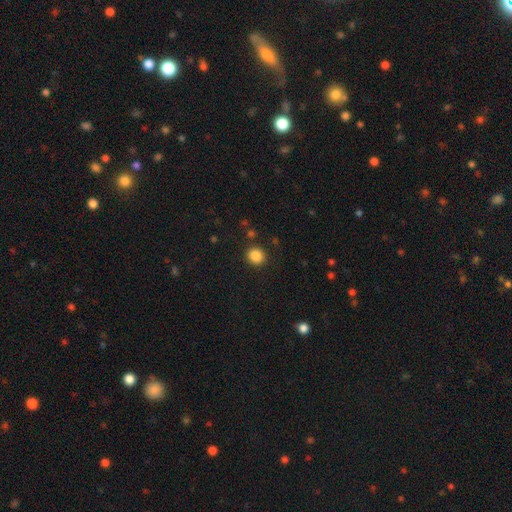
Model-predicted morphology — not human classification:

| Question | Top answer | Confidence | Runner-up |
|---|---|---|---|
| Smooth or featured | smooth | 86% | star or artifact (11%) |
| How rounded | round | 90% | in between (9%) |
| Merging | none | 90% | minor disturbance (6%) |